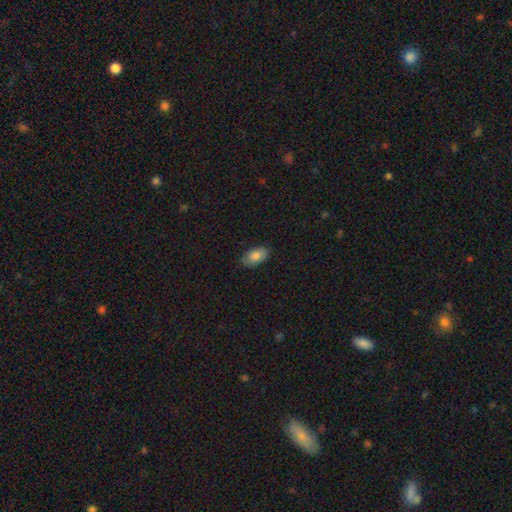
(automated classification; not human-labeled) Smooth or featured: smooth — 85% (featured or disk — 8%)
How rounded: in between — 94% (round — 4%)
Merging: none — 85% (minor disturbance — 12%)